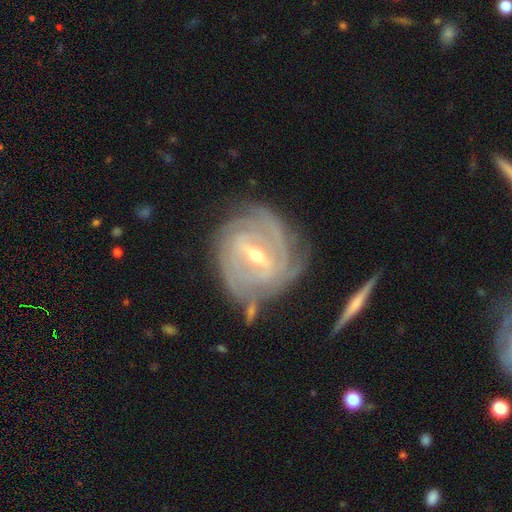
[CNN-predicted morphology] This is clearly a featured or disk galaxy (89%). It is clearly not viewed edge-on (95%). Bar: possibly strong (50%). Spiral arm pattern: clearly yes (96%). Spiral arm count: marginally can't tell (25%, tied with 3). Spiral winding: likely tight (76%). Central bulge: possibly moderate (55%). Merging: likely none (71%).